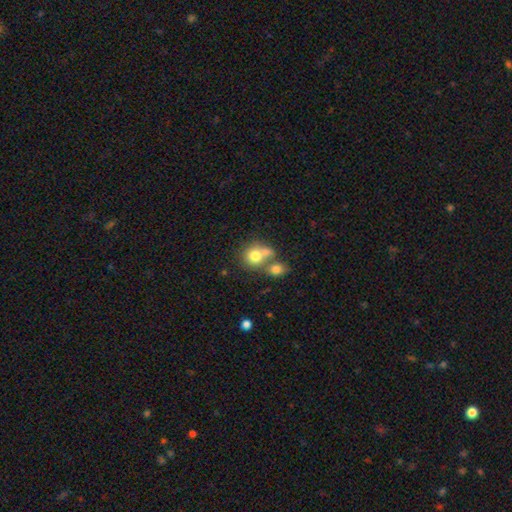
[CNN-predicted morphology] smooth_or_featured: smooth (p=0.75) [alt: featured or disk p=0.14]
how_rounded: round (p=0.77) [alt: in between p=0.22]
merging: merger (p=0.49) [alt: none p=0.37]